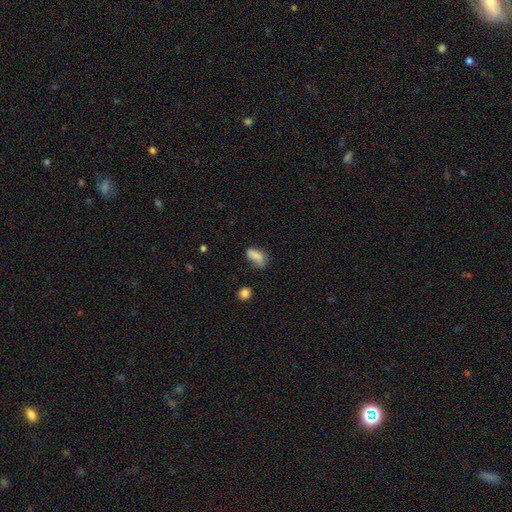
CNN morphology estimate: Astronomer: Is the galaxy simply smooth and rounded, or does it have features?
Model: smooth — 74%.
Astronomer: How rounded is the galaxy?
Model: in between — 87%.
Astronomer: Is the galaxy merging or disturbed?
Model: none — 40% (runner-up: minor disturbance, 33%).